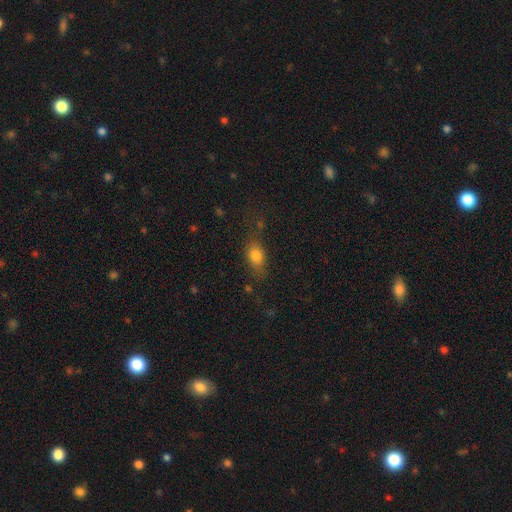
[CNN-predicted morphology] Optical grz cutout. It shows a smooth galaxy with no disk features (79%) that is in between round and cigar-shaped (75%). Merging: none (65%).